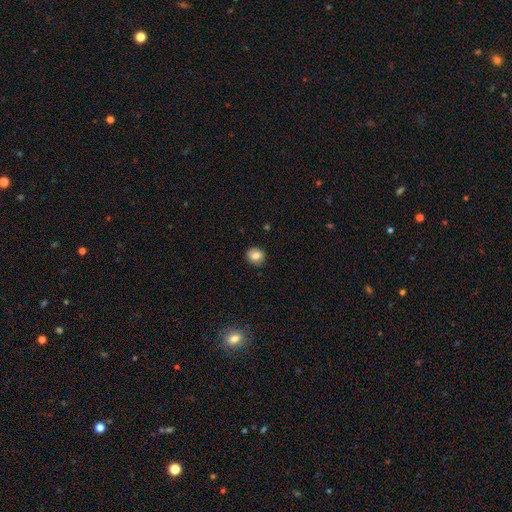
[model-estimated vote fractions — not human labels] A smooth galaxy with no disk features (81%) that is round (84%).

Vote fractions:
- Smooth or featured? smooth: 81% / featured or disk: 10% / star or artifact: 10%
- How rounded? round: 84% / in between: 15% / cigar-shaped: 1%
- Merging? none: 89% / minor disturbance: 8% / major disturbance: 2% / merger: 1%